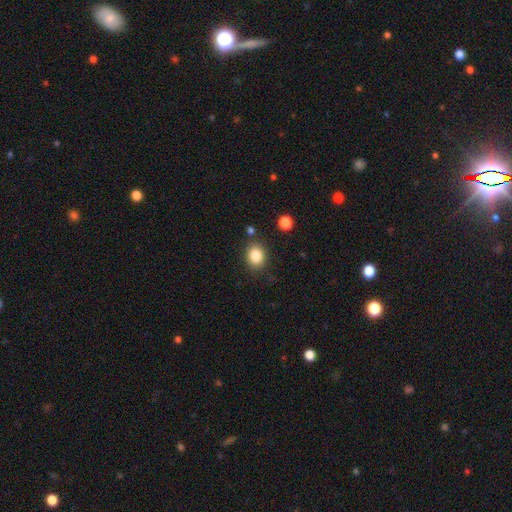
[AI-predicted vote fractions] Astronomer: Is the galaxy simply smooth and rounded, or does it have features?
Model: smooth — 84%.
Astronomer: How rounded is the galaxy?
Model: round — 58% (runner-up: in between, 41%).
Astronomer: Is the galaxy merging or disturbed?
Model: none — 82%.